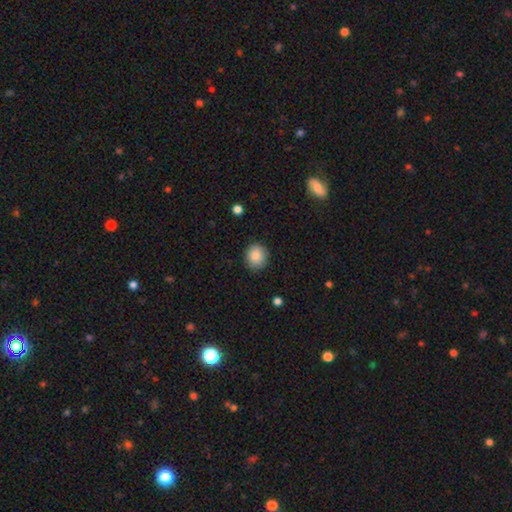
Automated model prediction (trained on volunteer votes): smooth_or_featured: smooth (p=0.87) [alt: star or artifact p=0.08]
how_rounded: round (p=0.86) [alt: in between p=0.14]
merging: none (p=0.89) [alt: minor disturbance p=0.08]